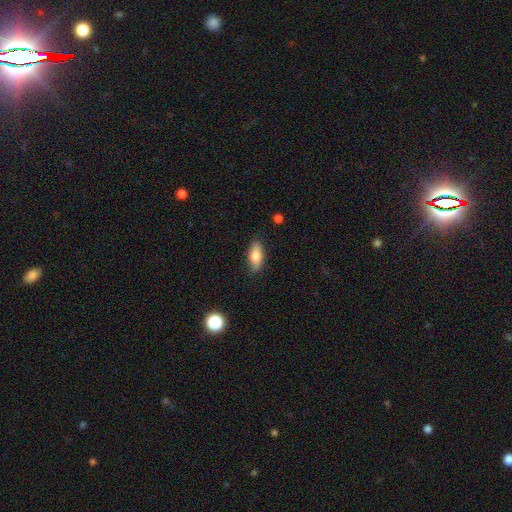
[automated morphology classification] Smooth or featured? smooth (78%)
How rounded? in between (78%)
Merging? none (85%)